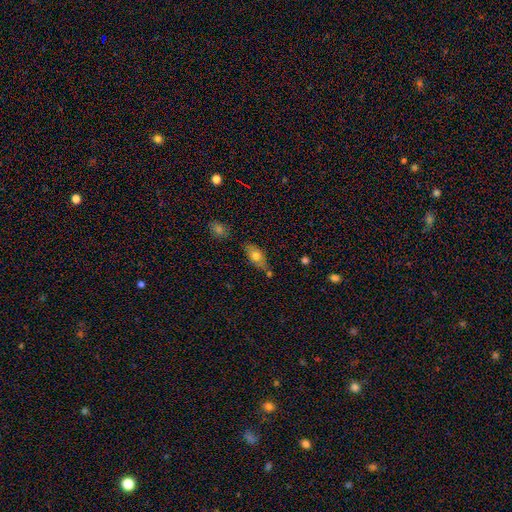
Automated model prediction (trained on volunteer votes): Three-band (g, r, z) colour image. It shows a smooth galaxy with no disk features (72%) that is in between round and cigar-shaped (82%). Merging: none (64%).